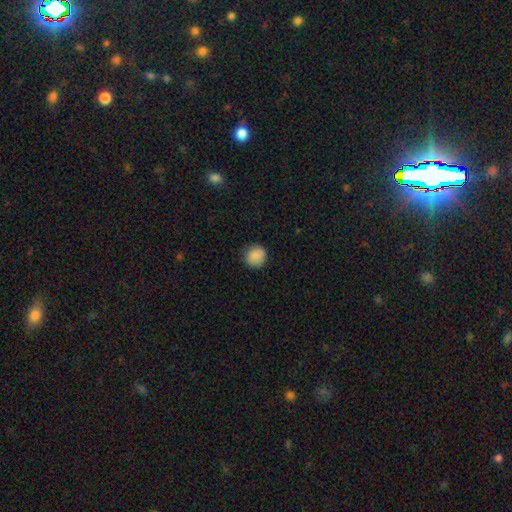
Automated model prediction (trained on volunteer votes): Smooth or featured?
  - smooth: 88% *
  - star or artifact: 8%
  - featured or disk: 3%
How rounded?
  - round: 90% *
  - in between: 9%
  - cigar-shaped: 1%
Merging?
  - none: 88% *
  - minor disturbance: 9%
  - major disturbance: 2%
  - merger: 1%